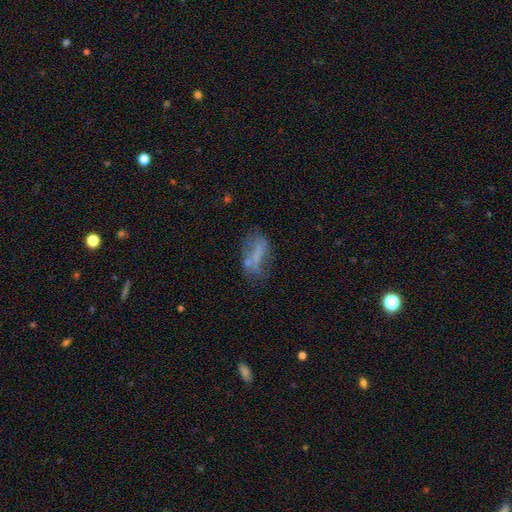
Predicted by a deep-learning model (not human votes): Smooth or featured: smooth — 49% (featured or disk — 38%)
Merging: none — 43% (minor disturbance — 24%)